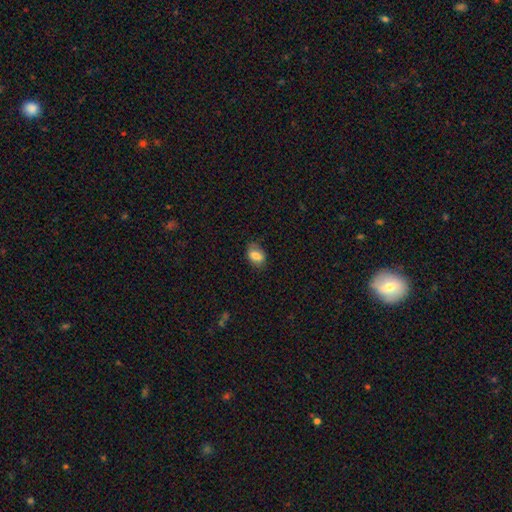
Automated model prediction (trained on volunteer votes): This is clearly a smooth galaxy (81%). How rounded: clearly in between (84%). Merging: likely none (72%).